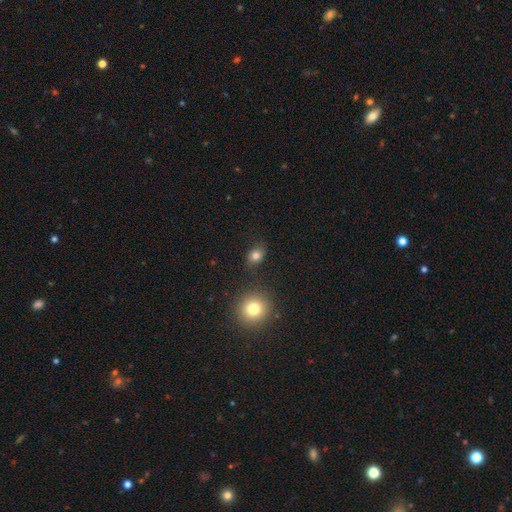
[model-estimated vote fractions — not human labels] Q: Smooth or featured?
A: smooth (78%); runner-up: star or artifact (14%)
Q: How rounded?
A: in between (53%); runner-up: round (45%)
Q: Merging?
A: none (79%); runner-up: minor disturbance (13%)